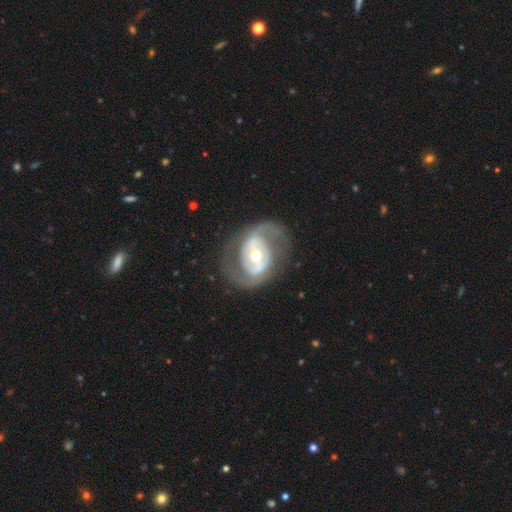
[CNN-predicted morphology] Q: Smooth or featured?
A: featured or disk (78%); runner-up: smooth (17%)
Q: Edge-on disk?
A: no (95%); runner-up: yes (5%)
Q: Bar?
A: no (42%); runner-up: weak (31%)
Q: Spiral arms?
A: yes (63%); runner-up: no (37%)
Q: Bulge size?
A: moderate (68%); runner-up: small (22%)
Q: Merging?
A: none (65%); runner-up: major disturbance (17%)